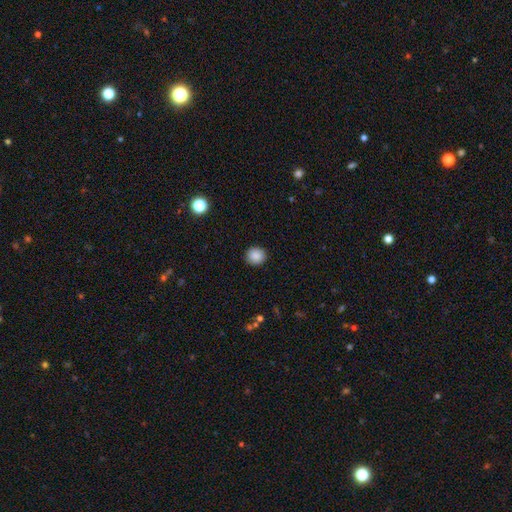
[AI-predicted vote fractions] Overall: smooth (88%). How rounded: round (91%). Merging: none (92%).